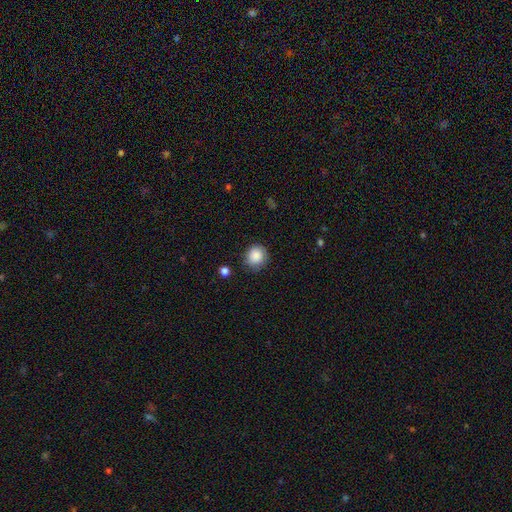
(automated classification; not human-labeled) smooth_or_featured: smooth (p=0.88) [alt: star or artifact p=0.09]
how_rounded: round (p=0.84) [alt: in between p=0.16]
merging: none (p=0.82) [alt: minor disturbance p=0.13]